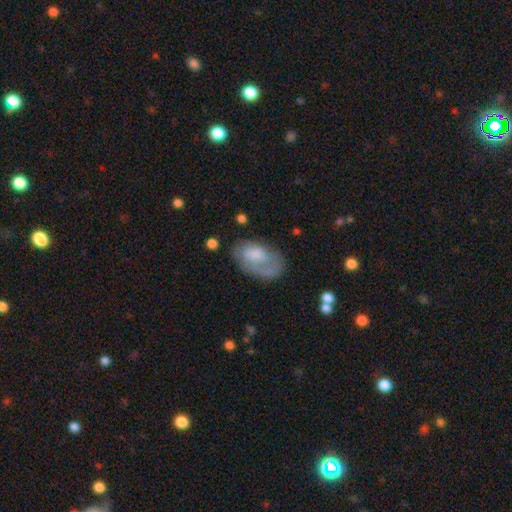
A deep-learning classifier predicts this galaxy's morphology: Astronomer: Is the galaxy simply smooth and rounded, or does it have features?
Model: smooth — 58% (runner-up: featured or disk, 35%).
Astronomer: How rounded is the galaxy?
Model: in between — 92%.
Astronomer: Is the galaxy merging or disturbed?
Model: none — 48% (runner-up: minor disturbance, 27%).